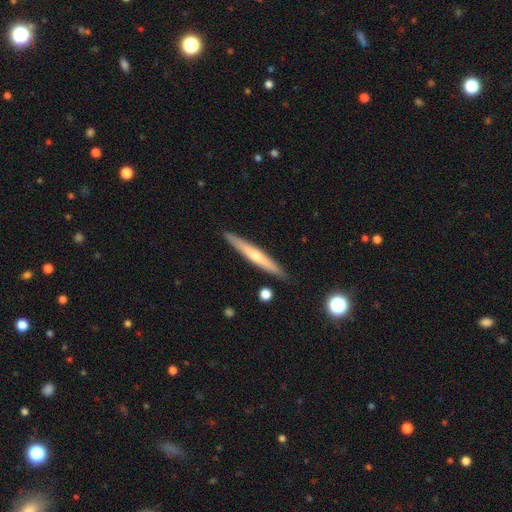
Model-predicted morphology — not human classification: smooth_or_featured: featured or disk (p=0.54) [alt: smooth p=0.40]
disk_edge_on: yes (p=0.95) [alt: no p=0.05]
edge_on_bulge: rounded (p=0.67) [alt: none p=0.30]
merging: none (p=0.90) [alt: minor disturbance p=0.08]